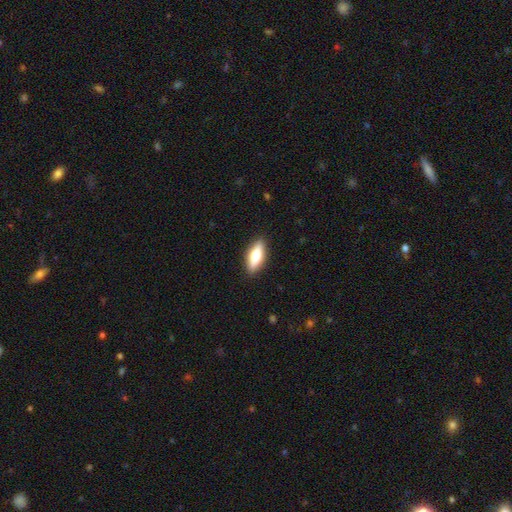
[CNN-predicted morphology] Smooth or featured? Predicted: smooth (p=0.61). How rounded? Predicted: in between (p=0.65). Merging? Predicted: none (p=0.89).